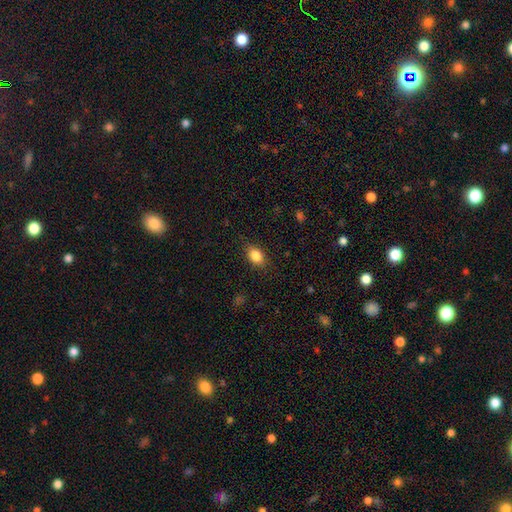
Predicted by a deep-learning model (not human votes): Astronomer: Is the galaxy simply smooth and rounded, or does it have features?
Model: smooth — 86%.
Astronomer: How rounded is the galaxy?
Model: in between — 83%.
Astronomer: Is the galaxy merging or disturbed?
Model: none — 84%.